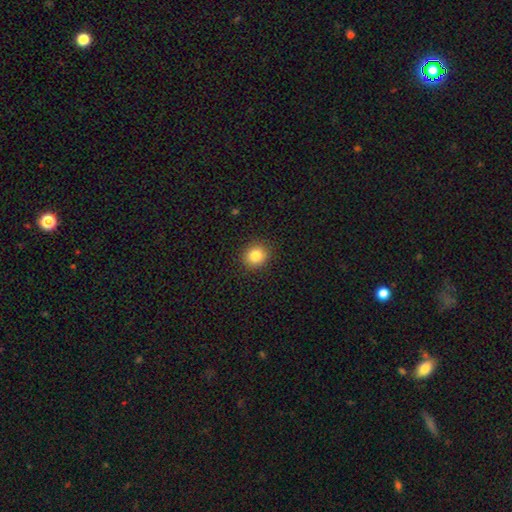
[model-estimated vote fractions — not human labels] A smooth galaxy with no disk features (84%) that is round (84%).

Vote fractions:
- Smooth or featured? smooth: 84% / star or artifact: 10% / featured or disk: 6%
- How rounded? round: 84% / in between: 15% / cigar-shaped: 1%
- Merging? none: 91% / minor disturbance: 6% / major disturbance: 2% / merger: 1%